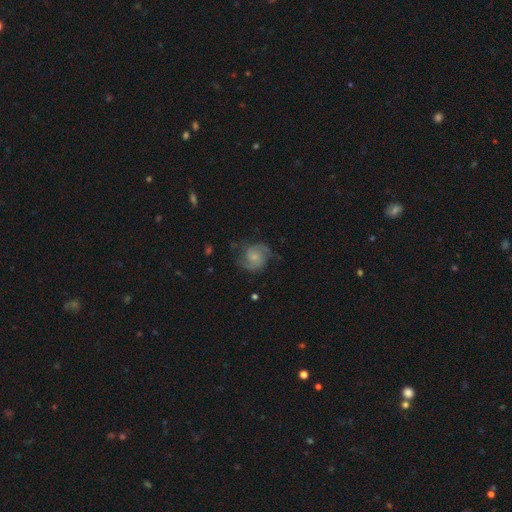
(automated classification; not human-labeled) smooth-or-featured: featured or disk: 79% | smooth: 14% | star or artifact: 7%
  disk-edge-on: no: 98% | yes: 2%
    bar: no: 66% | weak: 29% | strong: 5%
    has-spiral-arms: yes: 96% | no: 4%
      spiral-winding: medium: 52% | tight: 28% | loose: 20%
      spiral-arm-count: 2: 90% | can't tell: 4% | 3: 2% | 1: 2% | 4: 1% | more than 4: 1%
    bulge-size: small: 55% | moderate: 27% | none: 13% | large: 3% | dominant: 1%
  merging: none: 74% | minor disturbance: 17% | major disturbance: 8% | merger: 1%